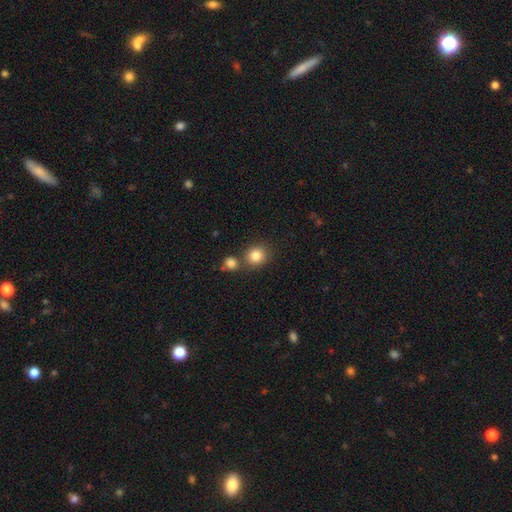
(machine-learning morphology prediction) smooth_or_featured: smooth (p=0.84) [alt: star or artifact p=0.10]
how_rounded: round (p=0.82) [alt: in between p=0.17]
merging: none (p=0.67) [alt: merger p=0.20]